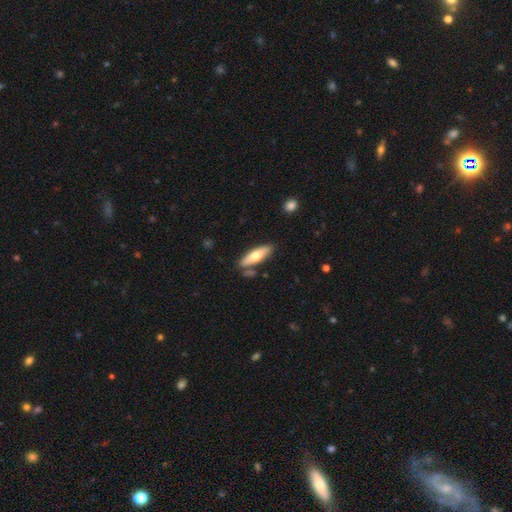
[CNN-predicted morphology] Smooth or featured: smooth — 60% (featured or disk — 34%)
How rounded: cigar-shaped — 53% (in between — 45%)
Merging: none — 77% (minor disturbance — 13%)